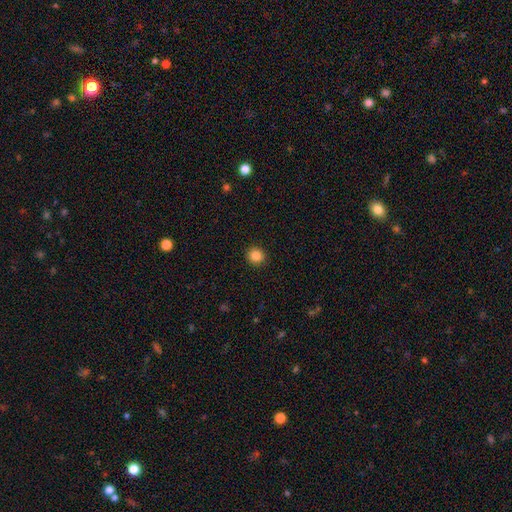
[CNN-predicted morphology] type=smooth (86%); roundness=round (89%); merging=none (92%).